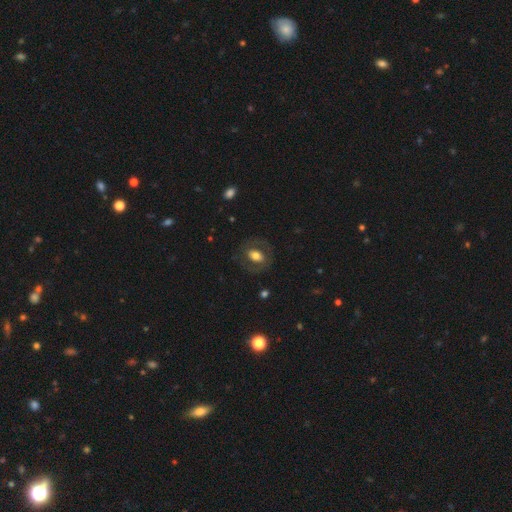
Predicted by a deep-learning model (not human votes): A smooth galaxy with no disk features (53%) that is in between round and cigar-shaped (70%).

Vote fractions:
- Smooth or featured? smooth: 53% / featured or disk: 40% / star or artifact: 7%
- How rounded? in between: 70% / round: 28% / cigar-shaped: 2%
- Merging? none: 76% / minor disturbance: 12% / major disturbance: 10% / merger: 1%